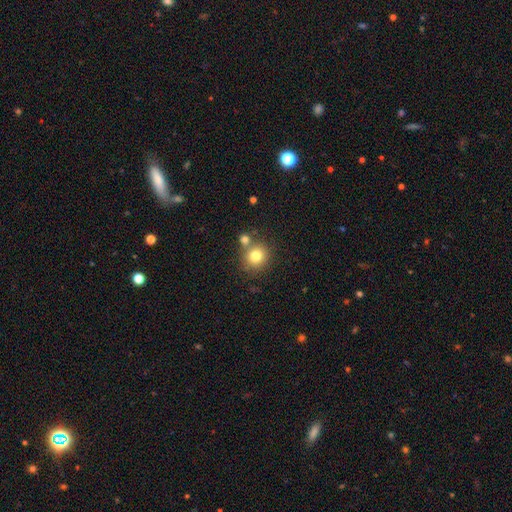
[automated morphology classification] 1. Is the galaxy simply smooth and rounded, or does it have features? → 79% smooth, 11% star or artifact, 10% featured or disk.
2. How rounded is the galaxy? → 82% round, 17% in between, 1% cigar-shaped.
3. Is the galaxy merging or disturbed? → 63% none, 24% merger, 10% minor disturbance, 3% major disturbance.